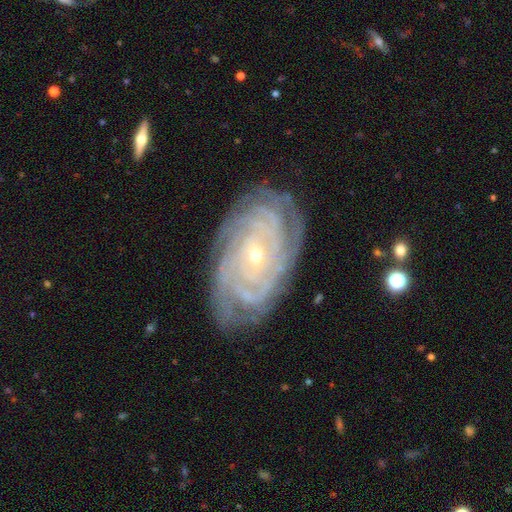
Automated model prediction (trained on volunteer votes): Smooth or featured: featured or disk — 90% (star or artifact — 5%)
Edge-on disk: no — 96% (yes — 4%)
Bar: no — 65% (weak — 25%)
Spiral arms: yes — 98% (no — 2%)
Spiral winding: tight — 84% (medium — 13%)
Spiral arm count: 4 — 28% (can't tell — 23%)
Bulge size: small — 73% (moderate — 24%)
Merging: none — 79% (minor disturbance — 15%)